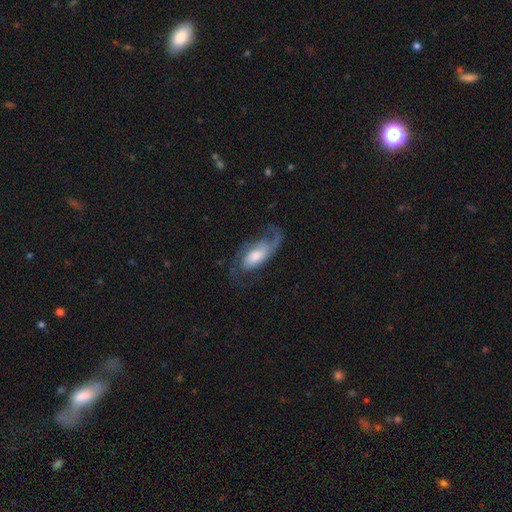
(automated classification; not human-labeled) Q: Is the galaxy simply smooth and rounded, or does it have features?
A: featured or disk — 76%.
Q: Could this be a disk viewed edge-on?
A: no — 93%.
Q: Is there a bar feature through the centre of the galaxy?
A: no — 61%.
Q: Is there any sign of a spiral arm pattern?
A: yes — 94%.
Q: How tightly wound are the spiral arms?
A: medium — 44%.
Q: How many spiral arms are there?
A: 2 — 74%.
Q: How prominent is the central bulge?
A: moderate — 37%.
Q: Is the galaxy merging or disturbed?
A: none — 59%.